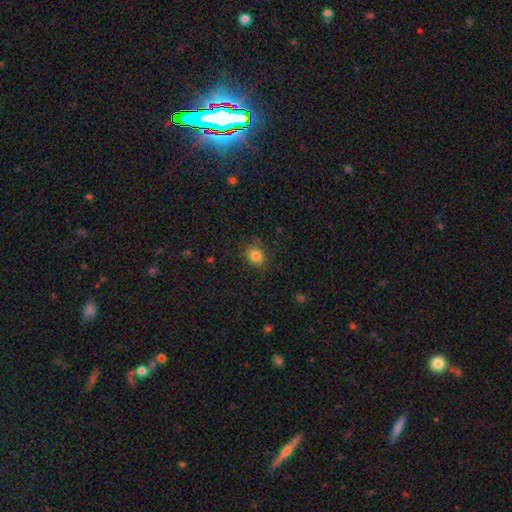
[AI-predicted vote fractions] A smooth galaxy with no disk features (83%) that is round (62%).

Vote fractions:
- Smooth or featured? smooth: 83% / star or artifact: 11% / featured or disk: 5%
- How rounded? round: 62% / in between: 38% / cigar-shaped: 1%
- Merging? none: 83% / minor disturbance: 12% / major disturbance: 4% / merger: 1%